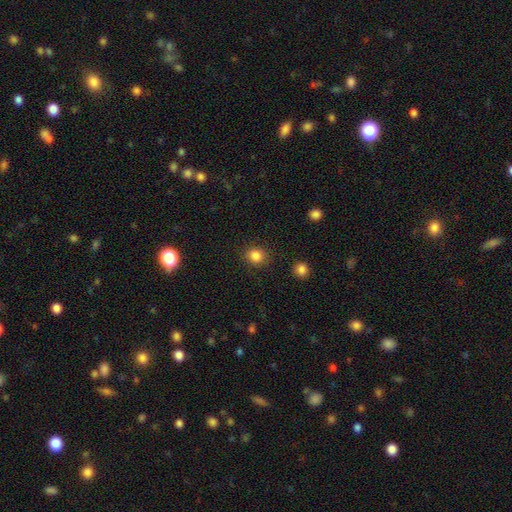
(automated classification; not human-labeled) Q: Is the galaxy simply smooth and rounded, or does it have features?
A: smooth — 85%.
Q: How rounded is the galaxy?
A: round — 80%.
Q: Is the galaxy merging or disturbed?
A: none — 88%.